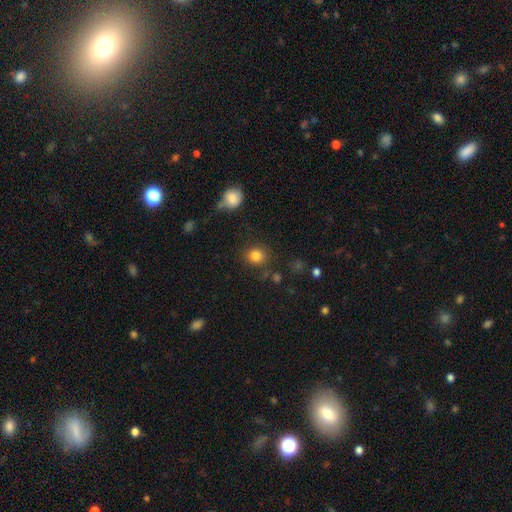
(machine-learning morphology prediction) smooth 83%, star or artifact 11%, featured or disk 6%. Down the decision tree: how rounded — round (82%); merging — none (81%).